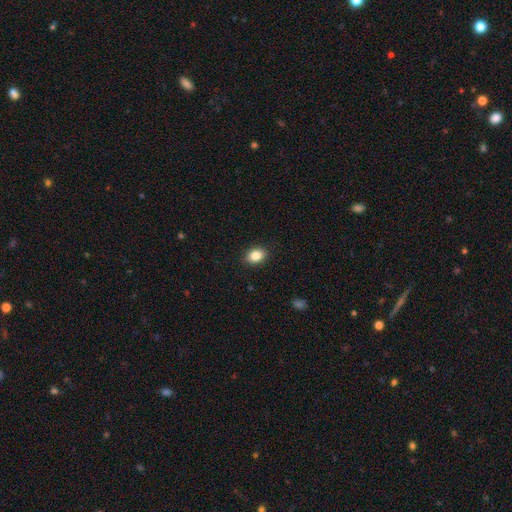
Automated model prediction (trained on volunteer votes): Morphology: type=smooth (86%); roundness=in between (70%); merging=none (90%).